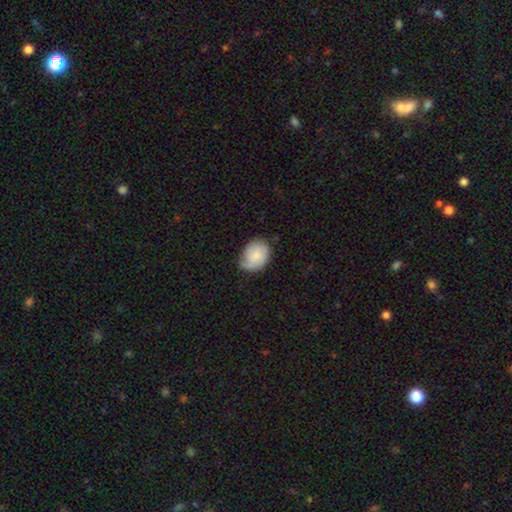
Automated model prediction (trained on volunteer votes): The model was most divided on "merging": none: 55%, minor disturbance: 34%, major disturbance: 10%, merger: 2%. More confident: smooth or featured — smooth (66%); how rounded — in between (60%).